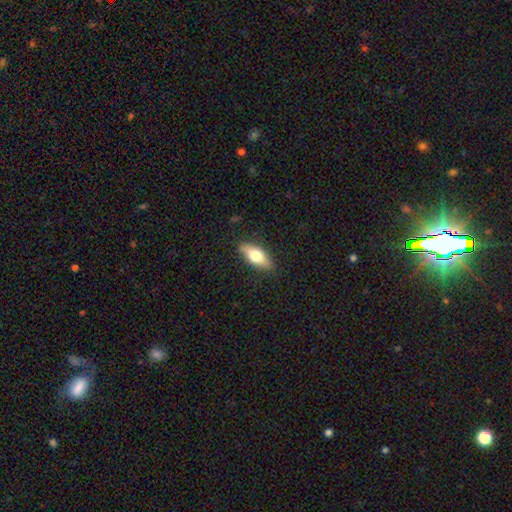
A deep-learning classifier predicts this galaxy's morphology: Overall: smooth (66%; featured or disk 28%). How rounded: in between (74%). Merging: none (85%).